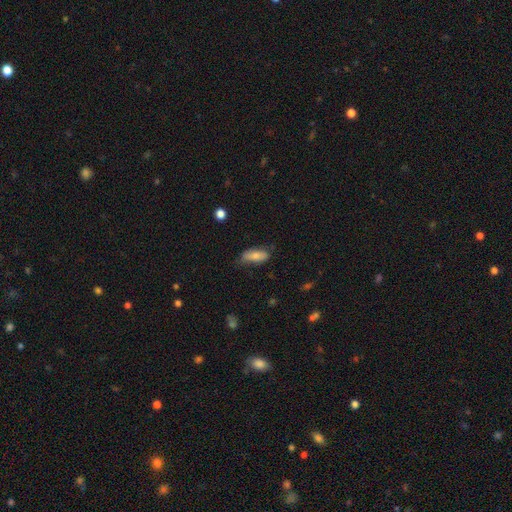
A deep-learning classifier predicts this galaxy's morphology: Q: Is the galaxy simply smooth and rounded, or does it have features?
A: smooth — 77%.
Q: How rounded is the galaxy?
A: in between — 74%.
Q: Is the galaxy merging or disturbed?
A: none — 64%.